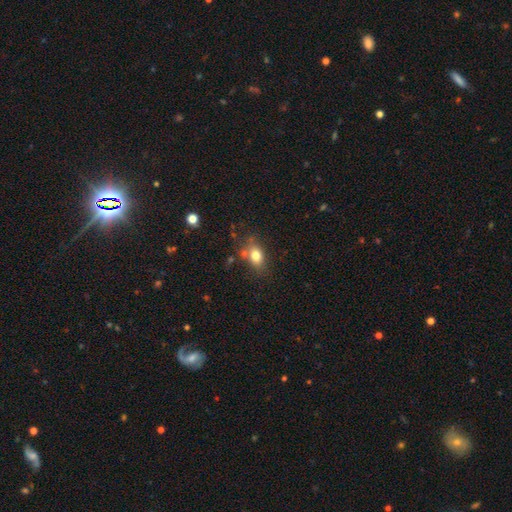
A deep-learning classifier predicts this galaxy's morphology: type=smooth (78%); roundness=in between (71%); merging=none (67%).